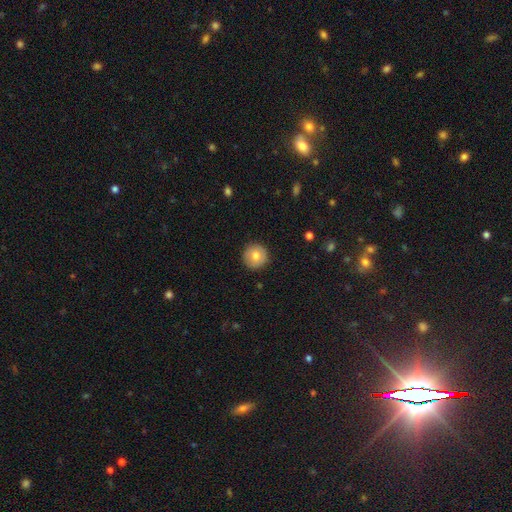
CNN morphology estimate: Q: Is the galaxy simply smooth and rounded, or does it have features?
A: smooth — 76%.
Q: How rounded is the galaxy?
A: round — 96%.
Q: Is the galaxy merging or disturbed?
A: none — 91%.